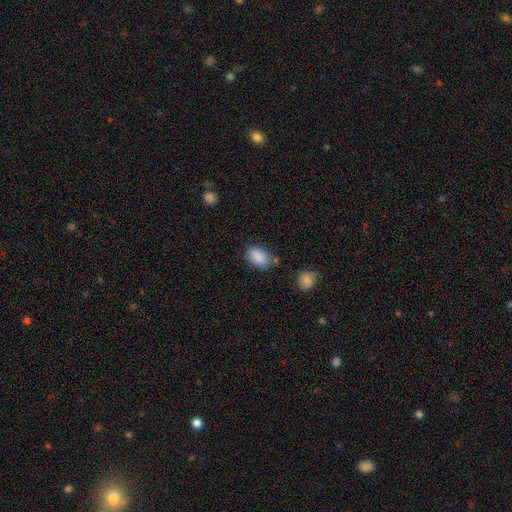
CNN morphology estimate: smooth_or_featured: smooth (p=0.88) [alt: star or artifact p=0.08]
how_rounded: in between (p=0.90) [alt: round p=0.08]
merging: none (p=0.73) [alt: minor disturbance p=0.16]